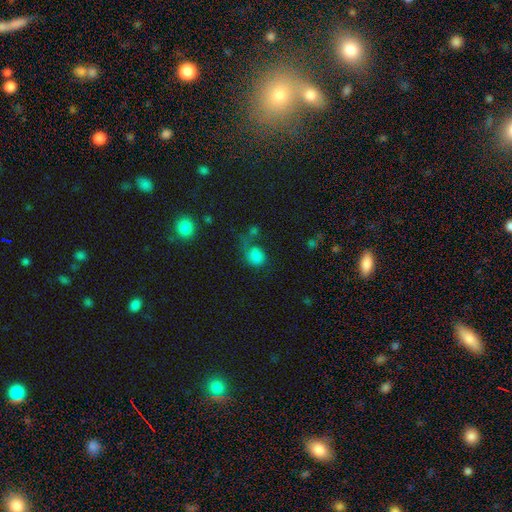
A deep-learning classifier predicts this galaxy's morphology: This is likely a smooth galaxy (75%). How rounded: likely round (62%). Merging: marginally none (38%).